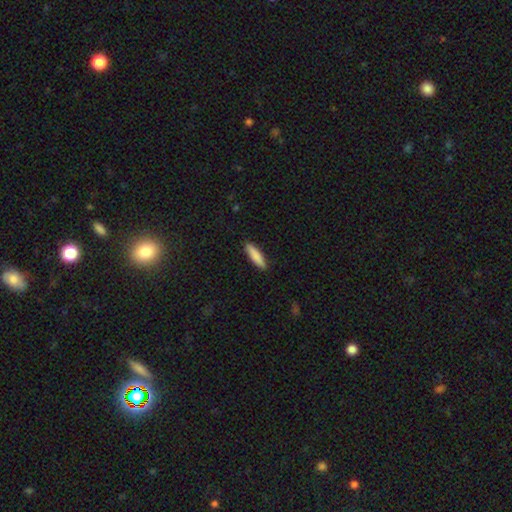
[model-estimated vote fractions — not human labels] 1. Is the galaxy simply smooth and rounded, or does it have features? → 85% smooth, 9% featured or disk, 6% star or artifact.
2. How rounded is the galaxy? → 74% cigar-shaped, 24% in between, 1% round.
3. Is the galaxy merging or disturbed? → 89% none, 8% minor disturbance, 2% major disturbance, 1% merger.